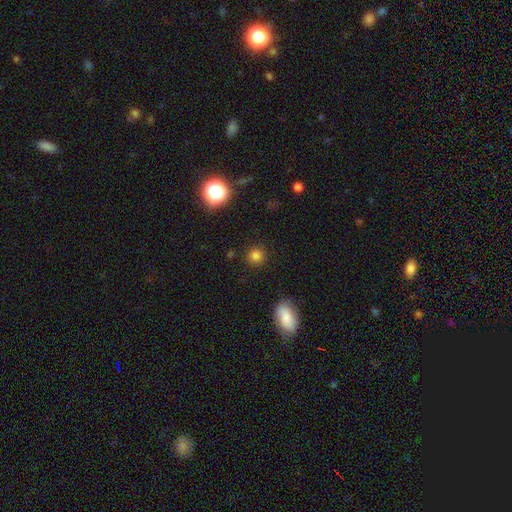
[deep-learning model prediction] Smooth or featured? smooth (80%)
How rounded? round (90%)
Merging? none (88%)